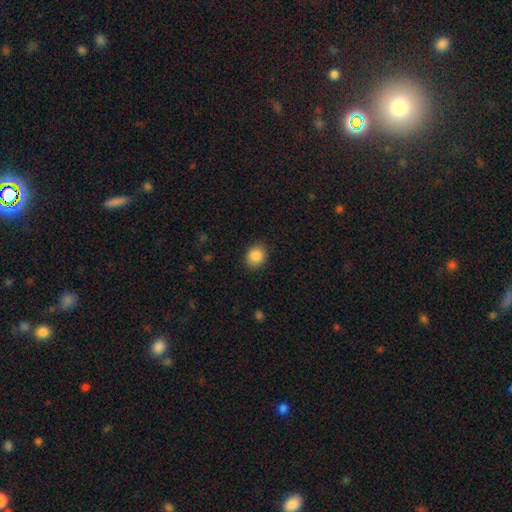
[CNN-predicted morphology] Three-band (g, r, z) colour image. It shows a smooth galaxy with no disk features (88%) that is round (60%). Merging: none (88%).